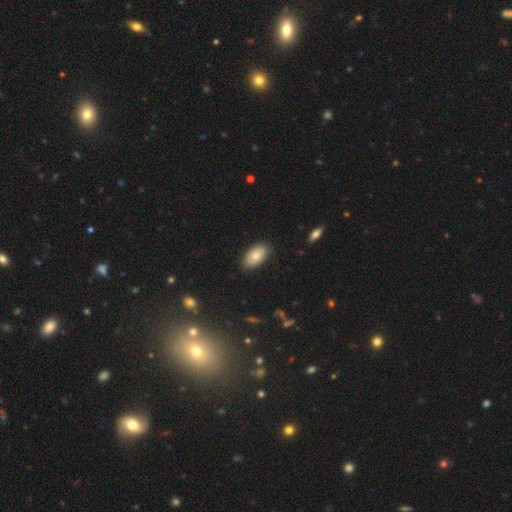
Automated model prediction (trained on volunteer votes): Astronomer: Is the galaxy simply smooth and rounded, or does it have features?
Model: smooth — 80%.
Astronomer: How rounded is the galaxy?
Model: in between — 94%.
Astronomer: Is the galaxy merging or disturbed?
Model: none — 85%.